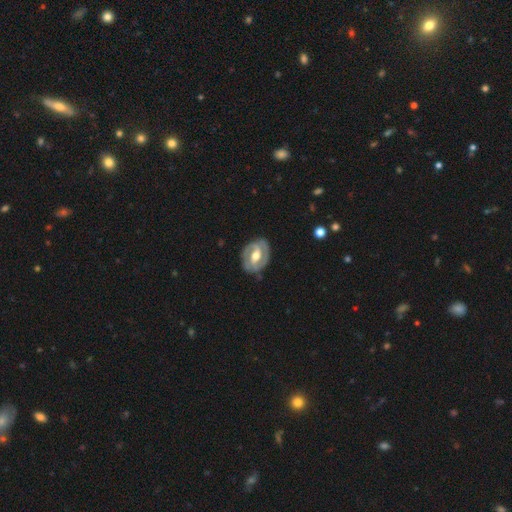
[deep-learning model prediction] Smooth or featured: featured or disk — 82% (smooth — 14%)
Edge-on disk: no — 96% (yes — 4%)
Bar: weak — 42% (strong — 36%)
Spiral arms: yes — 84% (no — 16%)
Spiral winding: tight — 54% (medium — 36%)
Spiral arm count: 2 — 83% (can't tell — 9%)
Bulge size: moderate — 73% (large — 13%)
Merging: none — 79% (minor disturbance — 15%)